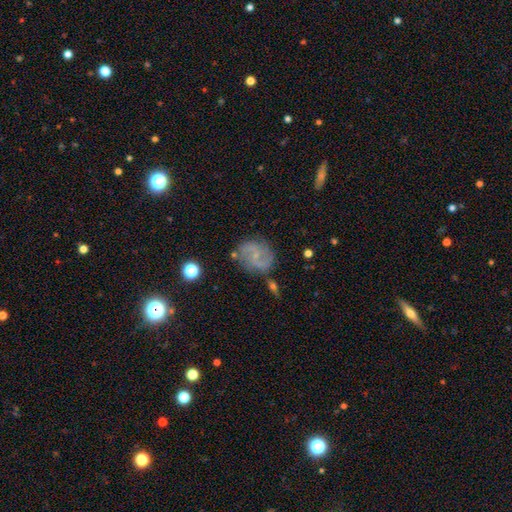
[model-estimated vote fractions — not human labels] smooth-or-featured: featured or disk: 68% | smooth: 21% | star or artifact: 10%
  disk-edge-on: no: 97% | yes: 3%
    bar: no: 53% | weak: 39% | strong: 8%
    has-spiral-arms: yes: 88% | no: 12%
      spiral-winding: medium: 48% | loose: 28% | tight: 24%
      spiral-arm-count: 2: 80% | can't tell: 11% | 3: 4% | 1: 2% | 4: 2% | more than 4: 2%
    bulge-size: small: 73% | moderate: 13% | none: 12% | large: 1% | dominant: 1%
  merging: none: 70% | minor disturbance: 18% | major disturbance: 6% | merger: 5%